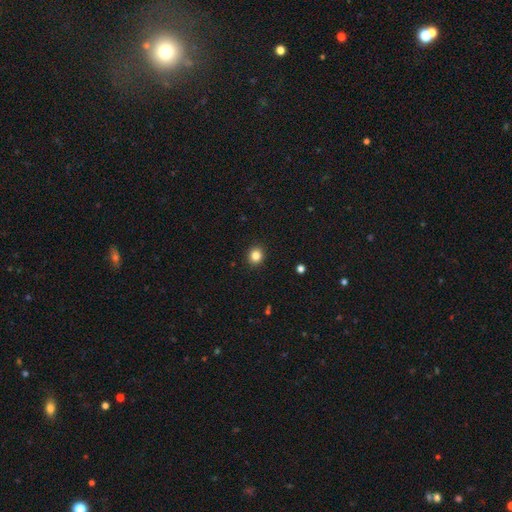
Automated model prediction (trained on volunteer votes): smooth 84%, star or artifact 11%, featured or disk 4%. Down the decision tree: how rounded — round (84%); merging — none (92%).